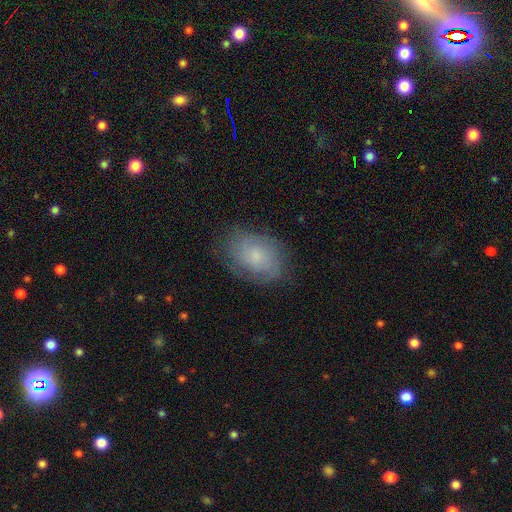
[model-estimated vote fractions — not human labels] Morphology: type=smooth (53%); roundness=in between (78%); merging=none (75%).